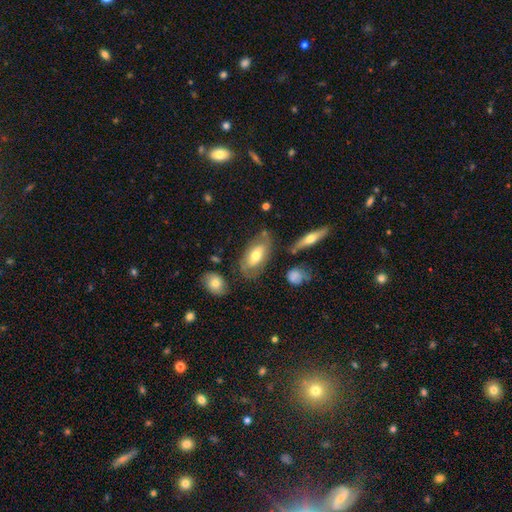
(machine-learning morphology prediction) A smooth galaxy with no disk features (53%) that is in between round and cigar-shaped (89%). Merging: none (60%).